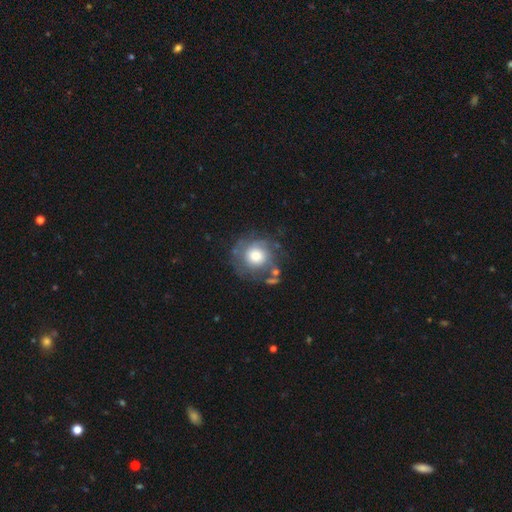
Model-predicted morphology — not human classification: Smooth or featured? smooth (50%)
How rounded? round (89%)
Merging? none (60%)